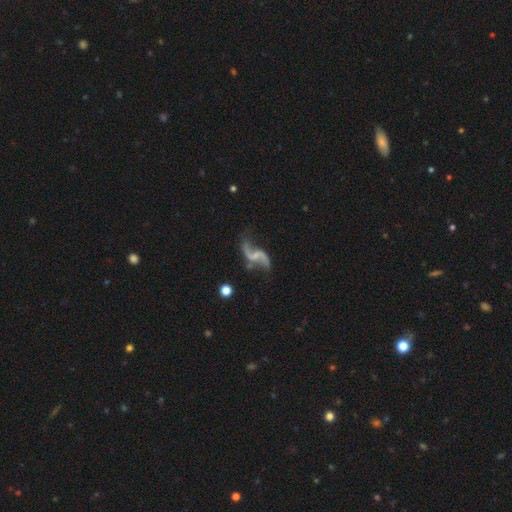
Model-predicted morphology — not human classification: featured or disk 89%, star or artifact 6%, smooth 5%. Down the decision tree: edge-on disk — no (97%); bar — weak (42%); spiral arms — yes (95%); spiral arm count — 2 (93%); spiral winding — loose (90%); bulge size — none (48%); merging — none (65%).